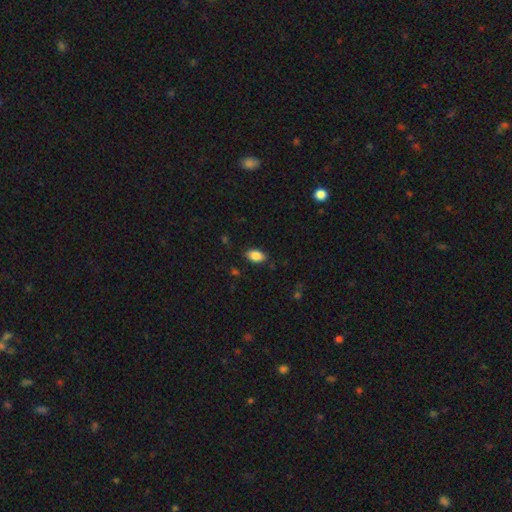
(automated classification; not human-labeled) The model was most divided on "merging": none: 86%, minor disturbance: 11%, major disturbance: 2%, merger: 1%. More confident: how rounded — in between (91%); smooth or featured — smooth (86%).